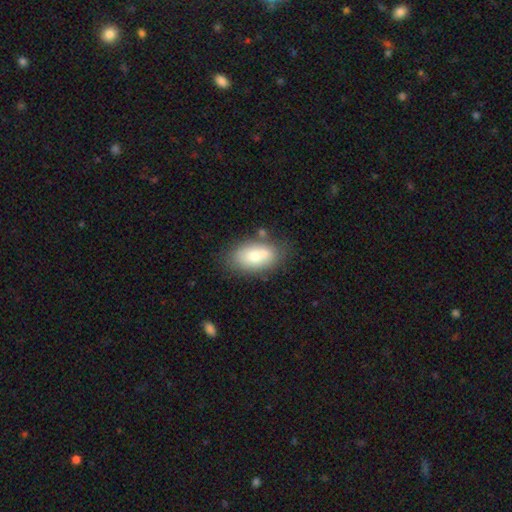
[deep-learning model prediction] A smooth galaxy with no disk features (72%) that is in between round and cigar-shaped (91%).

Vote fractions:
- Smooth or featured? smooth: 72% / featured or disk: 20% / star or artifact: 8%
- How rounded? in between: 91% / round: 6% / cigar-shaped: 2%
- Merging? none: 66% / minor disturbance: 18% / merger: 10% / major disturbance: 6%